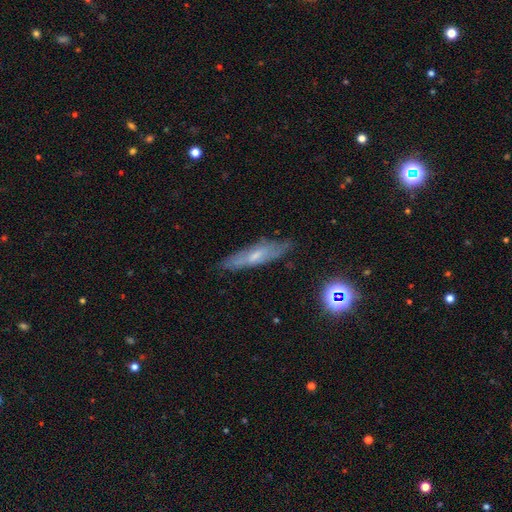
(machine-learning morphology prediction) A featured or disk galaxy (49%).

Vote fractions:
- Smooth or featured? featured or disk: 49% / smooth: 40% / star or artifact: 11%
- Merging? none: 77% / minor disturbance: 17% / major disturbance: 4% / merger: 2%